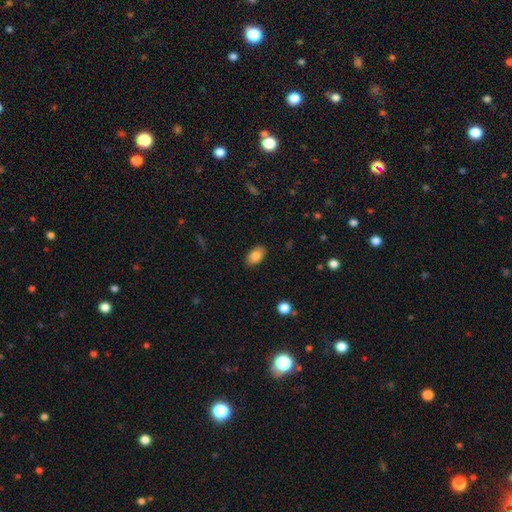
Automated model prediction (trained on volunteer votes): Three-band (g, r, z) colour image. It shows a smooth galaxy with no disk features (85%) that is in between round and cigar-shaped (91%). Merging: none (88%).